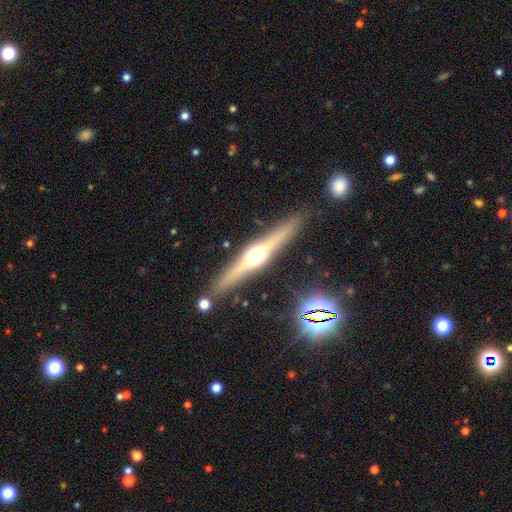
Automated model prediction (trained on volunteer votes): This is likely a featured or disk galaxy (73%). It is clearly viewed edge-on (97%). Edge-on bulge: clearly rounded (93%). Merging: clearly none (88%).